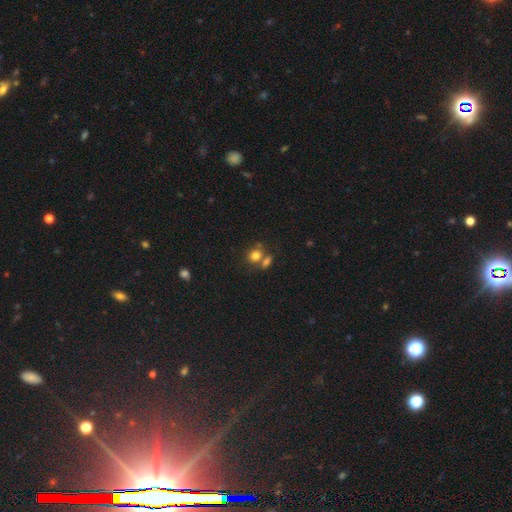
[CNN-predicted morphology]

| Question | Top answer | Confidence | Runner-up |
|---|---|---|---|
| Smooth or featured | smooth | 77% | star or artifact (13%) |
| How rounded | round | 61% | in between (37%) |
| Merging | none | 45% | merger (40%) |